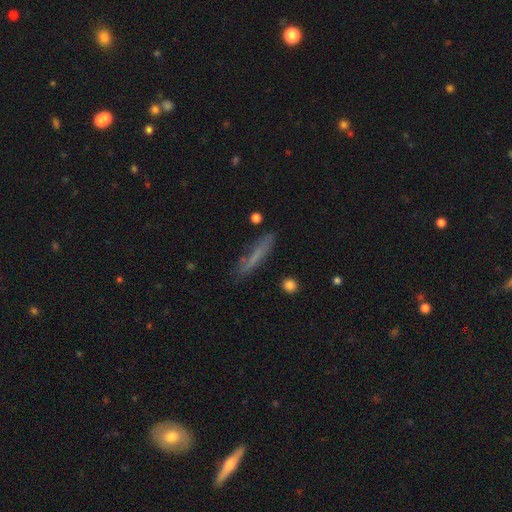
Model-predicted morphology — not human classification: A smooth galaxy with no disk features (63%) that is cigar-shaped (89%). Merging: none (76%).